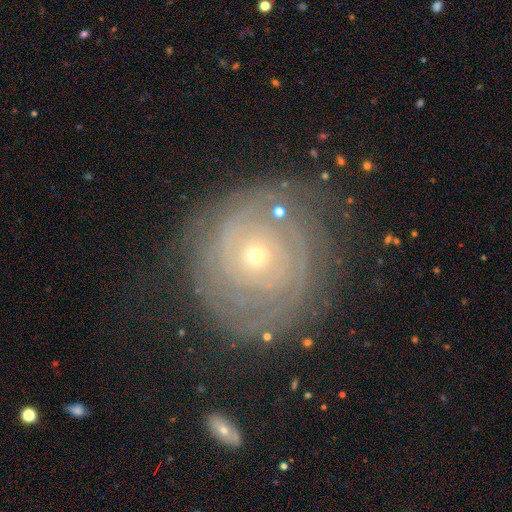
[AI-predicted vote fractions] Smooth or featured? featured or disk (78%)
Edge-on disk? no (97%)
Bar? no (84%)
Spiral arms? yes (90%)
Spiral winding? tight (84%)
Spiral arm count? can't tell (39%)
Bulge size? small (76%)
Merging? none (74%)